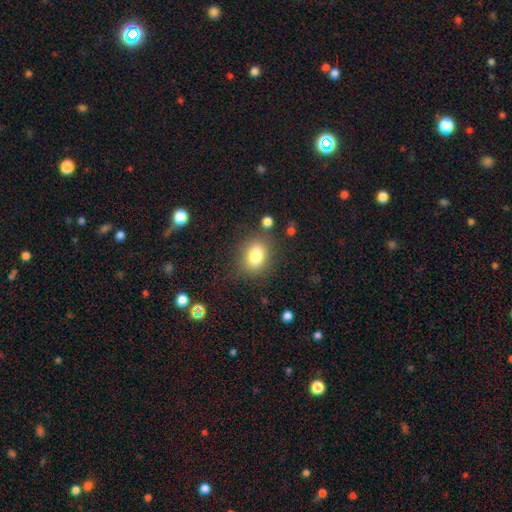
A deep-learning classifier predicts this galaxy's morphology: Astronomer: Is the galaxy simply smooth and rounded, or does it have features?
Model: smooth — 81%.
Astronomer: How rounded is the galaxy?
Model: in between — 57% (runner-up: round, 42%).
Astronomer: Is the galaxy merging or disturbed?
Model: none — 79%.